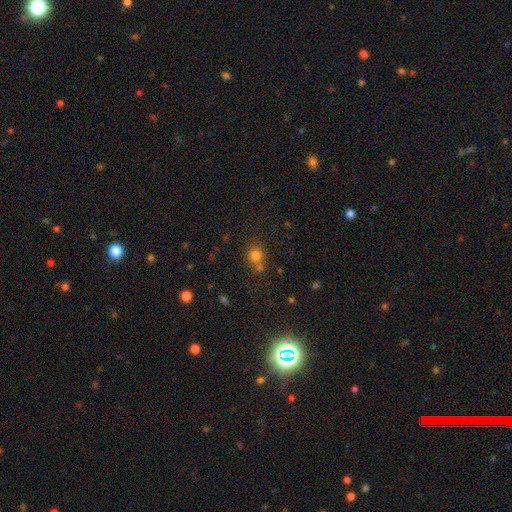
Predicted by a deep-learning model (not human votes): This is likely a smooth galaxy (76%). How rounded: likely round (79%). Merging: likely none (61%).